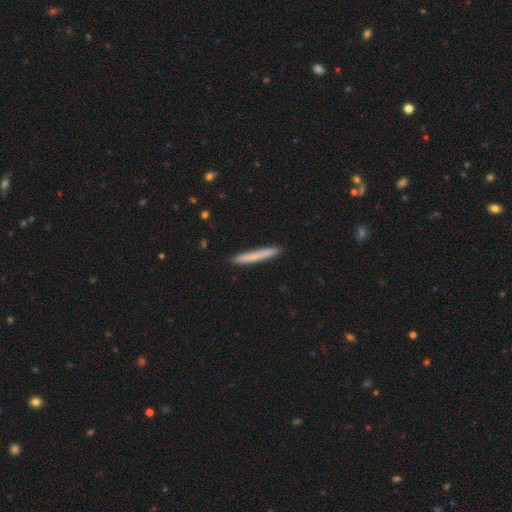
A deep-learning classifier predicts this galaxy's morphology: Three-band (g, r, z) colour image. It shows a smooth galaxy with no disk features (75%) that is cigar-shaped (97%). Merging: none (90%).